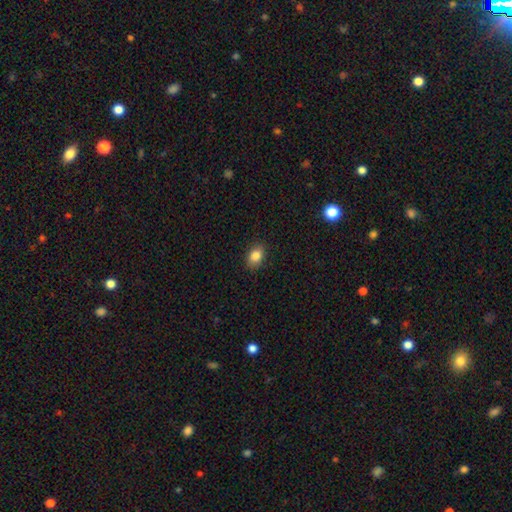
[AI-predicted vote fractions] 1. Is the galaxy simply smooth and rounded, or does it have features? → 85% smooth, 10% star or artifact, 6% featured or disk.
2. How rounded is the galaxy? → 76% in between, 22% round, 1% cigar-shaped.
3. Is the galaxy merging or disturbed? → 86% none, 10% minor disturbance, 2% major disturbance, 1% merger.